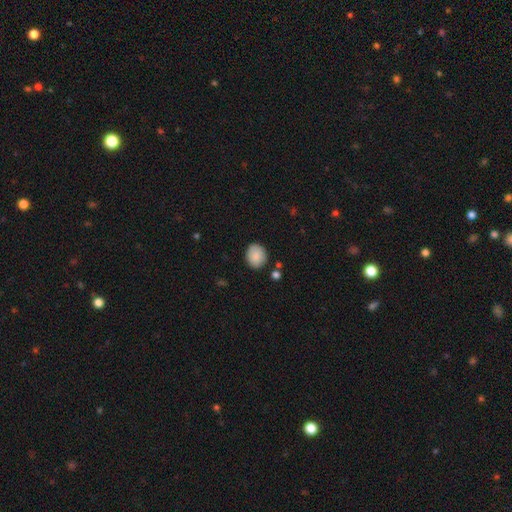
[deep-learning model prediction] A smooth galaxy with no disk features (88%) that is round (64%).

Vote fractions:
- Smooth or featured? smooth: 88% / star or artifact: 7% / featured or disk: 5%
- How rounded? round: 64% / in between: 36% / cigar-shaped: 1%
- Merging? none: 84% / minor disturbance: 11% / merger: 3% / major disturbance: 2%